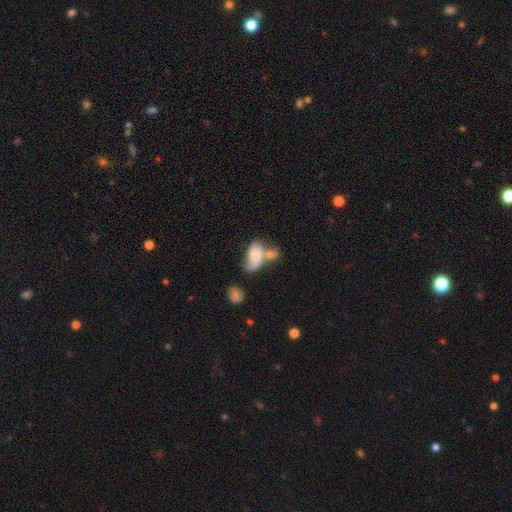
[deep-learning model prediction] Morphology: type=smooth (64%); roundness=in between (90%); merging=merger (52%).